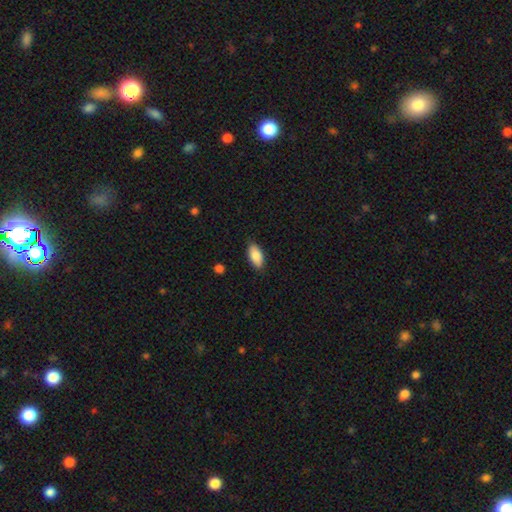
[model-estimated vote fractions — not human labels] This is clearly a smooth galaxy (86%). How rounded: clearly in between (90%). Merging: clearly none (87%).